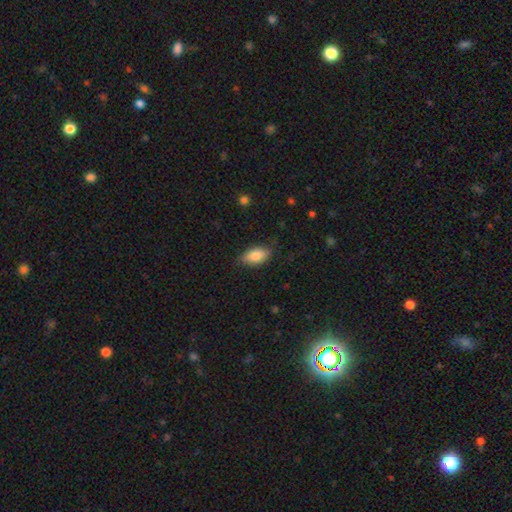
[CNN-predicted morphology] Smooth or featured? smooth (82%)
How rounded? in between (91%)
Merging? none (79%)